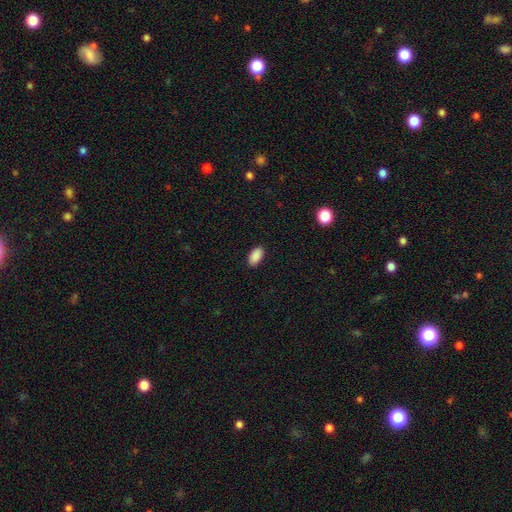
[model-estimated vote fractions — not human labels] Smooth or featured? smooth (90%)
How rounded? in between (94%)
Merging? none (88%)